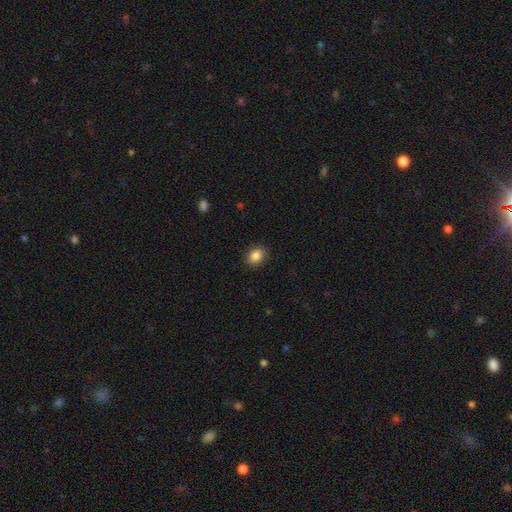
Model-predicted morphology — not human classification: smooth 87%, star or artifact 9%, featured or disk 4%. Down the decision tree: how rounded — in between (55%); merging — none (88%).